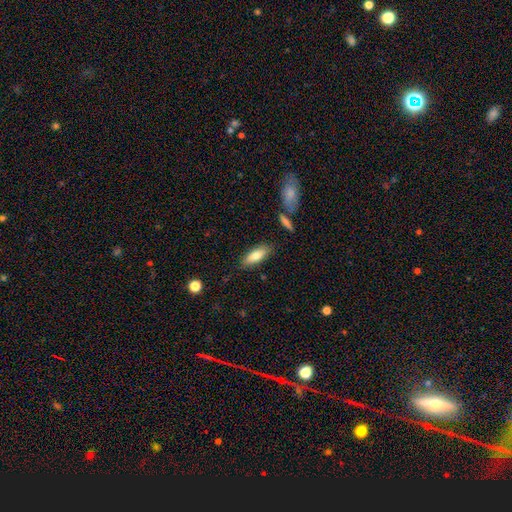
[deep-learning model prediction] Overall: smooth (78%). How rounded: in between (67%; cigar-shaped 31%). Merging: none (80%).